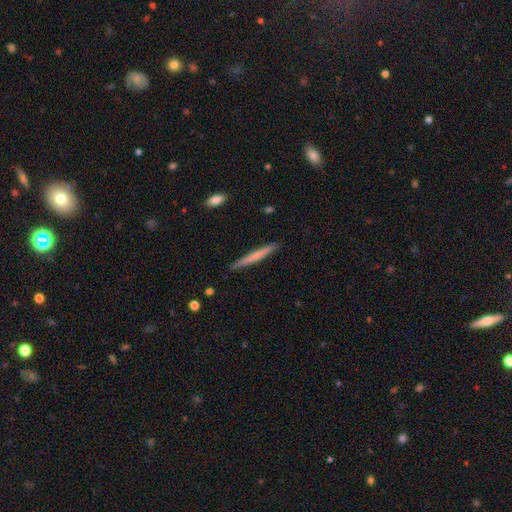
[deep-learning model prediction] Smooth or featured?
  - smooth: 62% *
  - featured or disk: 32%
  - star or artifact: 6%
How rounded?
  - cigar-shaped: 96% *
  - in between: 2%
  - round: 1%
Merging?
  - none: 90% *
  - minor disturbance: 7%
  - major disturbance: 1%
  - merger: 1%